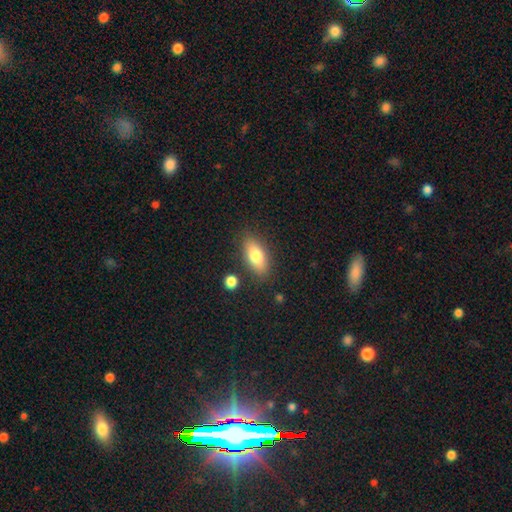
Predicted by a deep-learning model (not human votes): smooth 77%, featured or disk 16%, star or artifact 7%. Down the decision tree: how rounded — in between (84%); merging — none (83%).